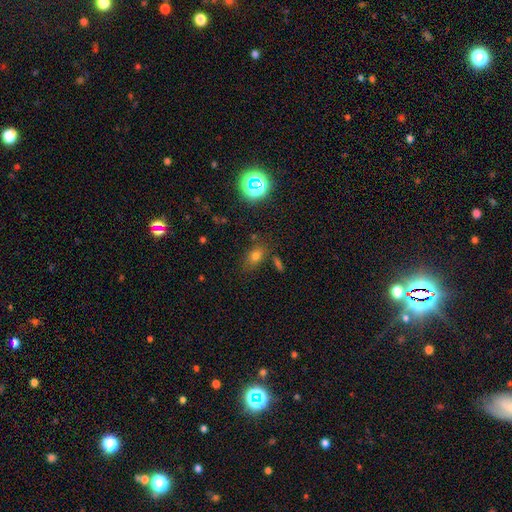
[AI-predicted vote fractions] Smooth or featured: smooth — 69% (star or artifact — 20%)
How rounded: in between — 73% (round — 24%)
Merging: none — 71% (minor disturbance — 16%)